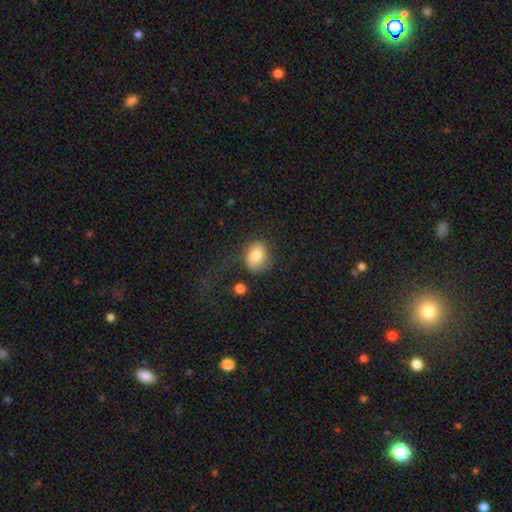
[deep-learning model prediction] The model was most divided on "how rounded": round: 55%, in between: 44%, cigar-shaped: 1%. More confident: smooth or featured — smooth (79%); merging — none (68%).